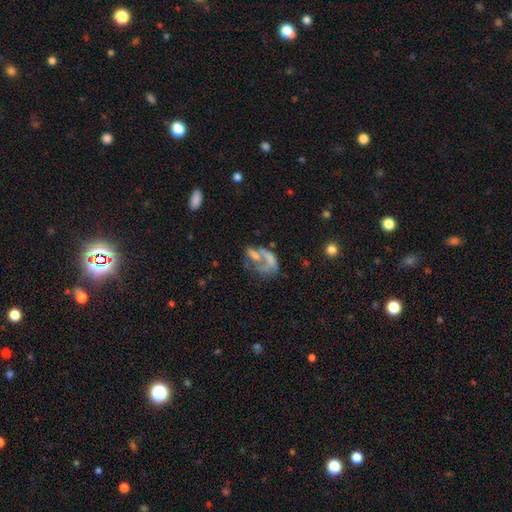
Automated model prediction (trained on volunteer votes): A featured or disk galaxy (56%) with no bar (83%), no spiral arms (78%) and no central bulge (64%). Merging: major disturbance (38%).